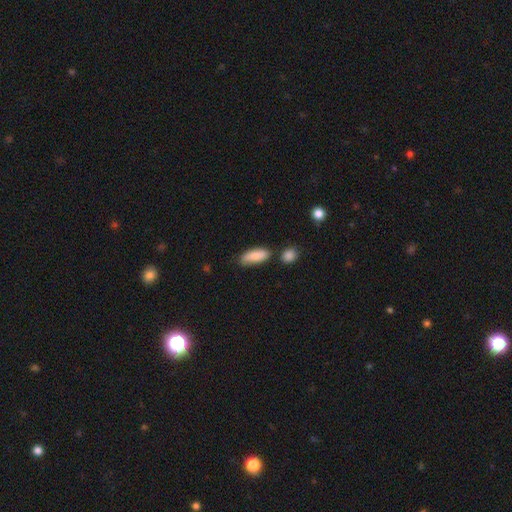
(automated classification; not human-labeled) Smooth or featured? Predicted: smooth (p=0.84). How rounded? Predicted: in between (p=0.71). Merging? Predicted: none (p=0.71).